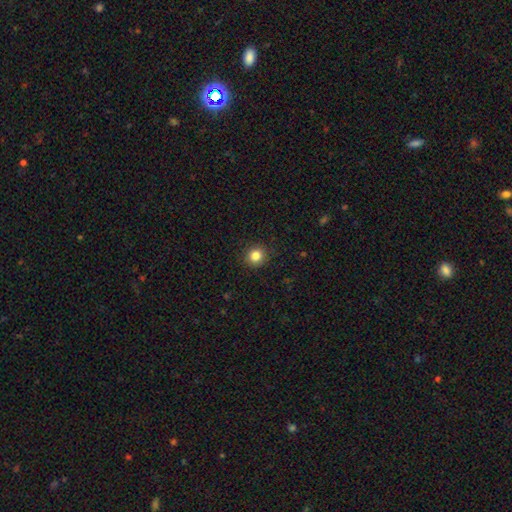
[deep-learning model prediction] Q: Smooth or featured?
A: smooth (84%); runner-up: star or artifact (11%)
Q: How rounded?
A: round (89%); runner-up: in between (10%)
Q: Merging?
A: none (90%); runner-up: minor disturbance (7%)